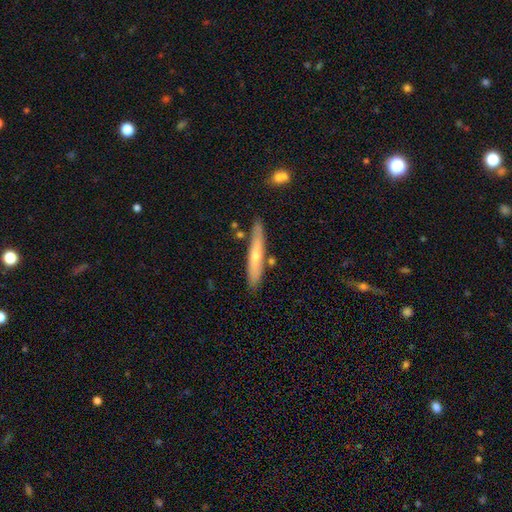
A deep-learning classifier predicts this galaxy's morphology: Smooth or featured? smooth (50%)
Merging? none (80%)